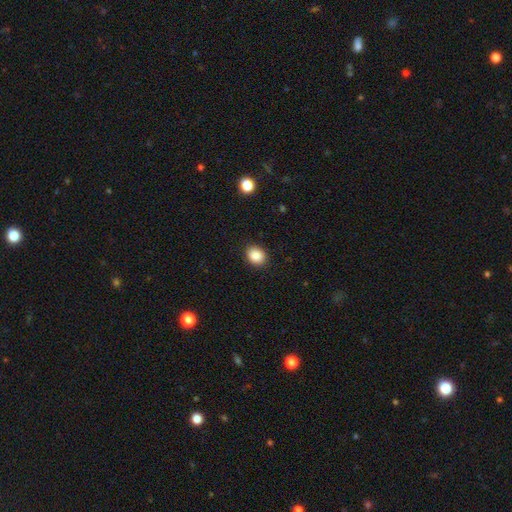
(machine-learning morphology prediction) smooth 88%, star or artifact 9%, featured or disk 3%. Down the decision tree: how rounded — round (54%); merging — none (89%).